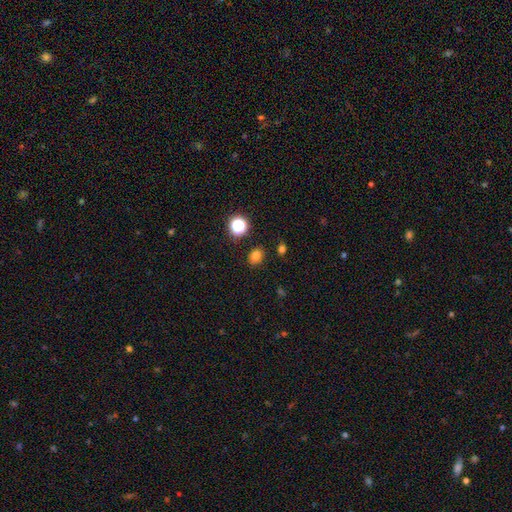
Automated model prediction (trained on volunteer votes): Smooth or featured: smooth — 76% (star or artifact — 18%)
How rounded: round — 51% (in between — 48%)
Merging: none — 82% (minor disturbance — 11%)